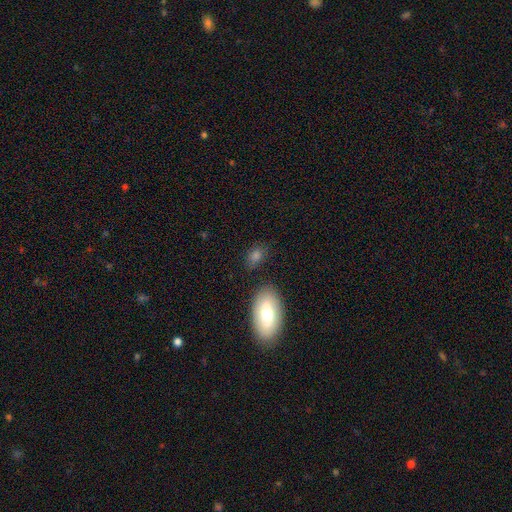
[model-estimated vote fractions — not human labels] A smooth galaxy with no disk features (75%) that is in between round and cigar-shaped (78%). Merging: none (74%).